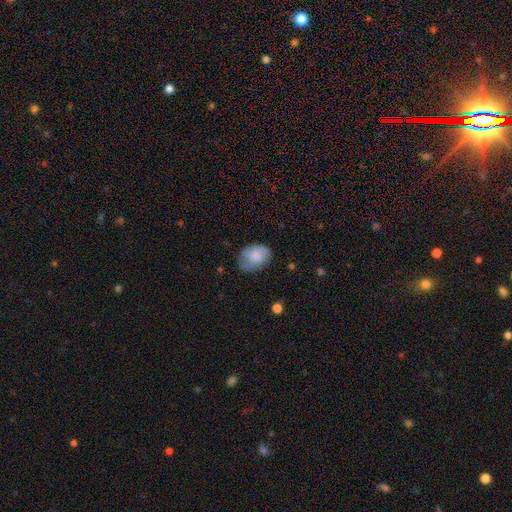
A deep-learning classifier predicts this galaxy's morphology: type=smooth (78%); roundness=in between (80%); merging=none (60%).